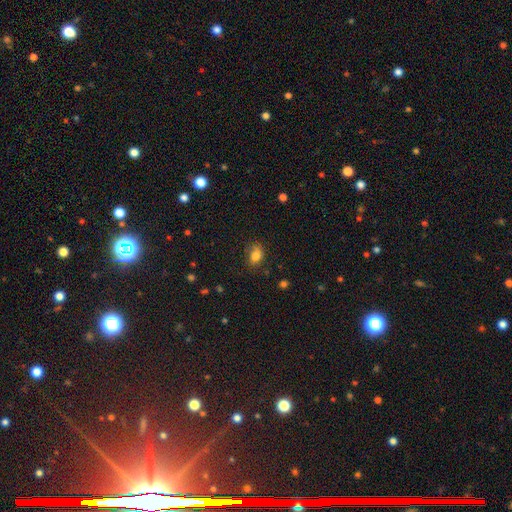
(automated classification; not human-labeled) A smooth galaxy with no disk features (81%) that is in between round and cigar-shaped (65%). Merging: none (69%).